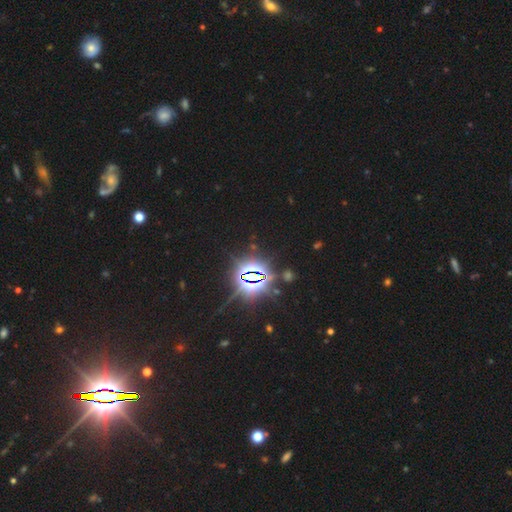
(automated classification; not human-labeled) This is clearly a star or artifact rather than a galaxy (85%).